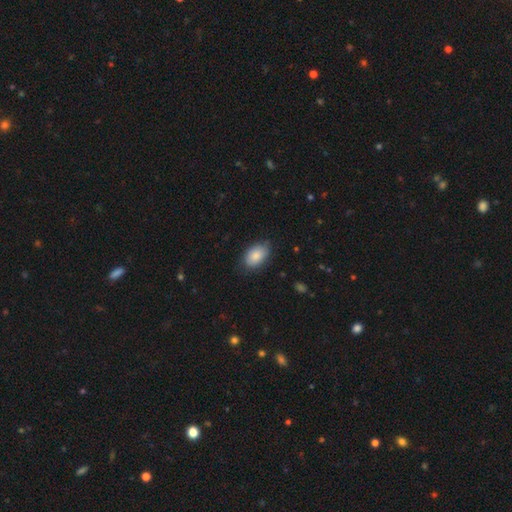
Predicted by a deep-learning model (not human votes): Smooth or featured? Predicted: smooth (p=0.85). How rounded? Predicted: in between (p=0.90). Merging? Predicted: none (p=0.78).